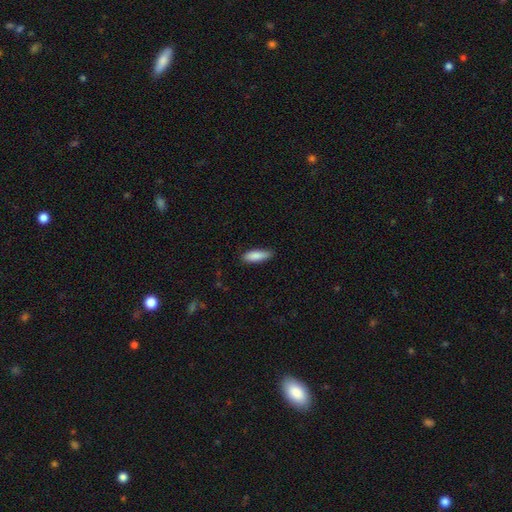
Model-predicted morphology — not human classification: This is clearly a smooth galaxy (87%). How rounded: possibly in between (57%). Merging: clearly none (80%).